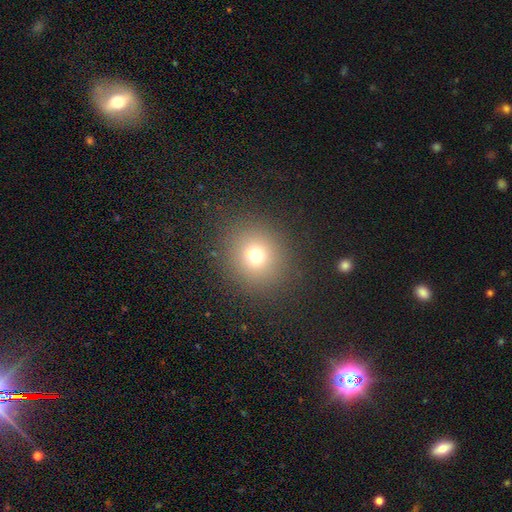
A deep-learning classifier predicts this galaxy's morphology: Smooth or featured? Predicted: smooth (p=0.66). How rounded? Predicted: round (p=0.87). Merging? Predicted: none (p=0.74).